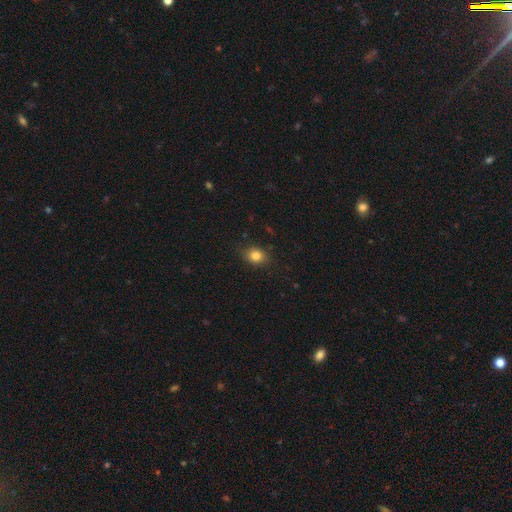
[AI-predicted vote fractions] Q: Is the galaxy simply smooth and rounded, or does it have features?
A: smooth — 83%.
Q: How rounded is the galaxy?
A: round — 55%.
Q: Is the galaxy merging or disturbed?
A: none — 82%.